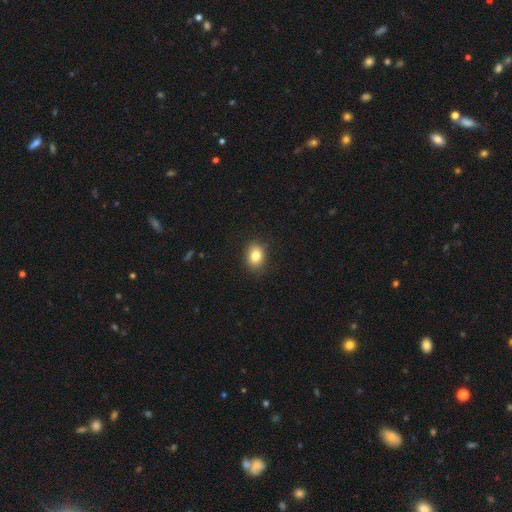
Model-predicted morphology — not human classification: Q: Smooth or featured?
A: smooth (82%); runner-up: star or artifact (10%)
Q: How rounded?
A: in between (62%); runner-up: round (37%)
Q: Merging?
A: none (86%); runner-up: minor disturbance (10%)